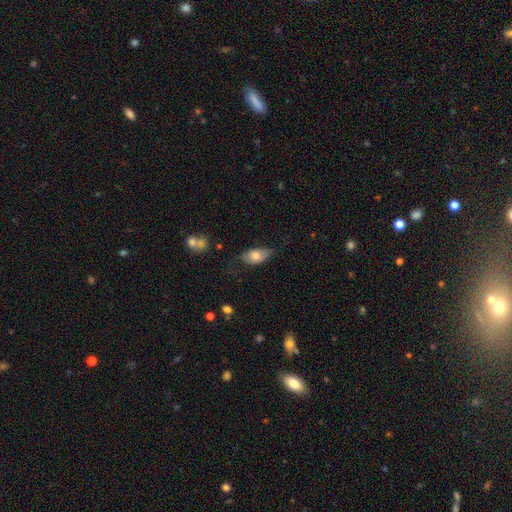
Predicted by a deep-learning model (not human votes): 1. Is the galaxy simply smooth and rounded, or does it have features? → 70% smooth, 23% featured or disk, 7% star or artifact.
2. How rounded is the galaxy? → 90% in between, 7% round, 3% cigar-shaped.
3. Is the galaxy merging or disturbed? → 57% none, 31% minor disturbance, 10% major disturbance, 2% merger.